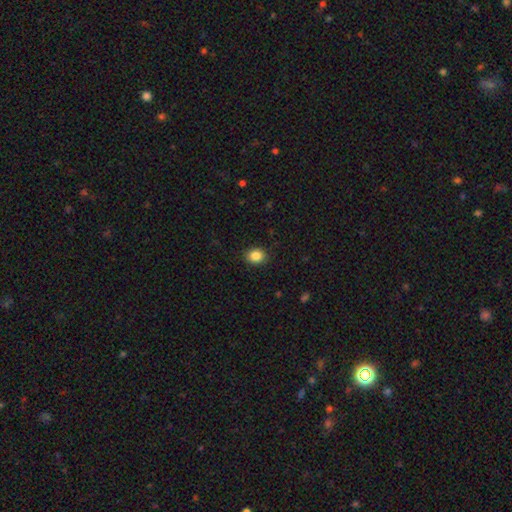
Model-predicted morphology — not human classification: smooth 86%, star or artifact 10%, featured or disk 4%. Down the decision tree: how rounded — round (58%); merging — none (89%).